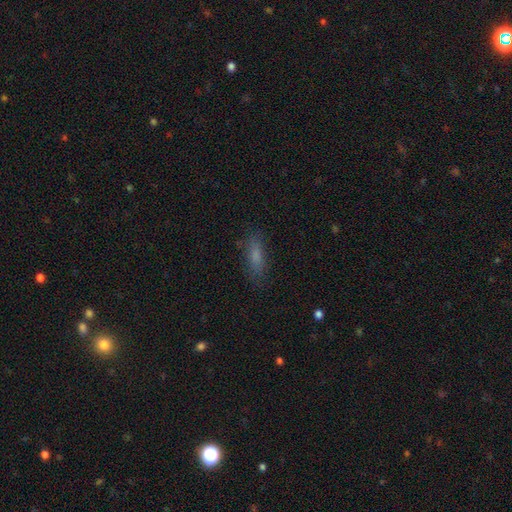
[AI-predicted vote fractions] smooth-or-featured: smooth: 71% | featured or disk: 16% | star or artifact: 13%
  how-rounded: in between: 52% | cigar-shaped: 45% | round: 3%
  merging: none: 80% | minor disturbance: 14% | major disturbance: 5% | merger: 1%